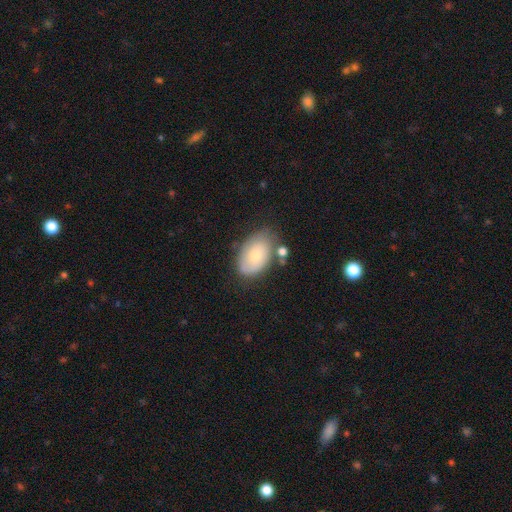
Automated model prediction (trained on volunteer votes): Overall: smooth (60%; featured or disk 34%). How rounded: in between (89%). Merging: none (63%; minor disturbance 23%).